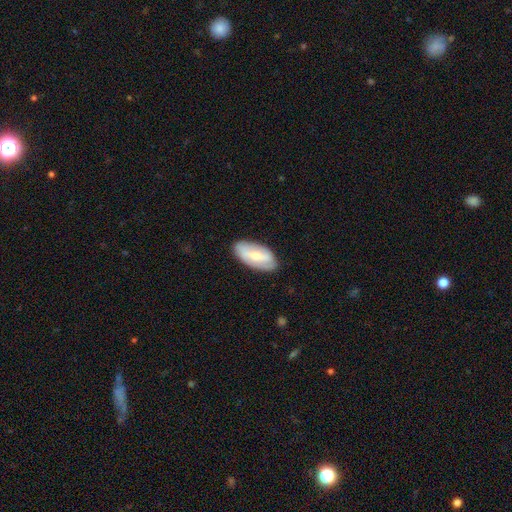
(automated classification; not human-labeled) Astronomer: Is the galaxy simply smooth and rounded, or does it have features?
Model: smooth — 49% (runner-up: featured or disk, 45%).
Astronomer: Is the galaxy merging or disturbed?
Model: none — 82%.